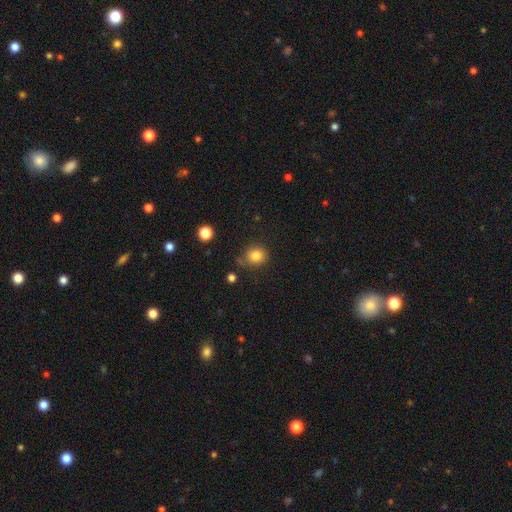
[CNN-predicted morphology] A smooth galaxy with no disk features (83%) that is round (83%). Merging: none (77%).